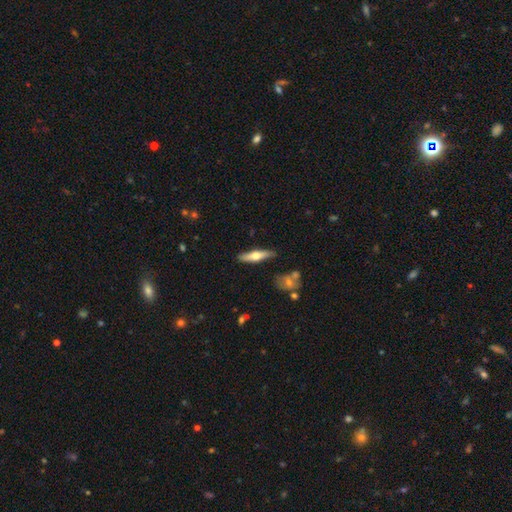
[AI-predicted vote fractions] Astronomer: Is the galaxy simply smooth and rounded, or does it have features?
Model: featured or disk — 47%, tied with smooth at 47%.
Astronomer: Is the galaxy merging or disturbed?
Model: none — 86%.